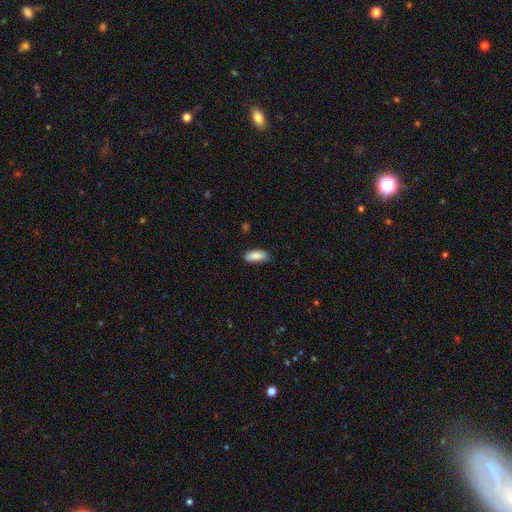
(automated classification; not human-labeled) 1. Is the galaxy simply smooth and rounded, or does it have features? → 88% smooth, 7% star or artifact, 6% featured or disk.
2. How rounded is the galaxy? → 86% in between, 12% cigar-shaped, 2% round.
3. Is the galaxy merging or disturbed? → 79% none, 17% minor disturbance, 3% major disturbance, 1% merger.